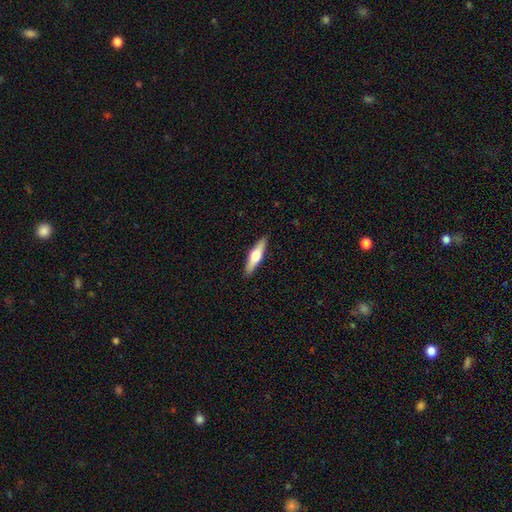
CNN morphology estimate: A featured or disk galaxy (54%) viewed edge-on (95%) with a rounded central bulge (94%).

Vote fractions:
- Smooth or featured? featured or disk: 54% / smooth: 40% / star or artifact: 5%
- Edge-on disk? yes: 95% / no: 5%
- Edge-on bulge? rounded: 94% / boxy: 4% / none: 2%
- Merging? none: 91% / minor disturbance: 7% / major disturbance: 1% / merger: 1%